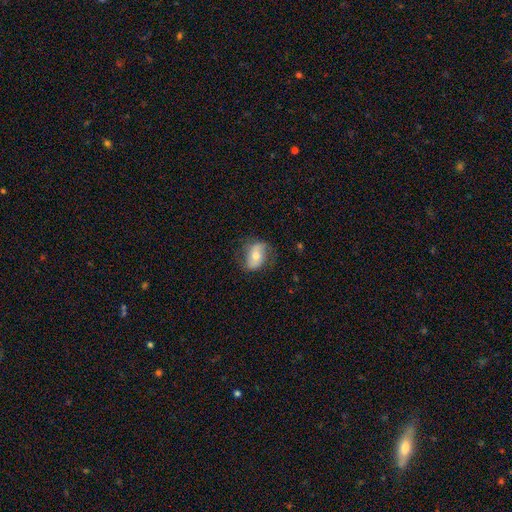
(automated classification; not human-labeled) smooth-or-featured: smooth: 49% | featured or disk: 44% | star or artifact: 8%
  merging: none: 71% | minor disturbance: 20% | major disturbance: 8% | merger: 1%